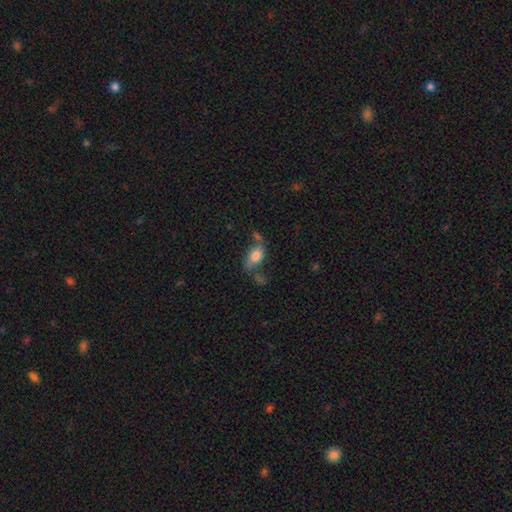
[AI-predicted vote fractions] smooth_or_featured: smooth (p=0.75) [alt: featured or disk p=0.16]
how_rounded: in between (p=0.86) [alt: round p=0.10]
merging: none (p=0.48) [alt: minor disturbance p=0.21]